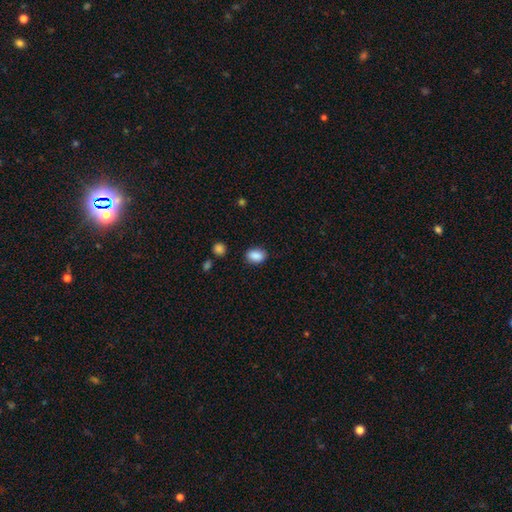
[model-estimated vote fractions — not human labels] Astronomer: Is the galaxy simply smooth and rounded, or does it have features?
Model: smooth — 88%.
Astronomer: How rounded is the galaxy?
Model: in between — 79%.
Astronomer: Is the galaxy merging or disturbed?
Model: none — 83%.